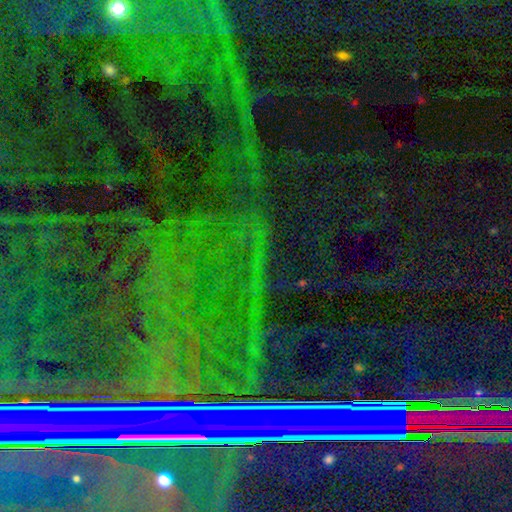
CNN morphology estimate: Smooth or featured? star or artifact (86%)